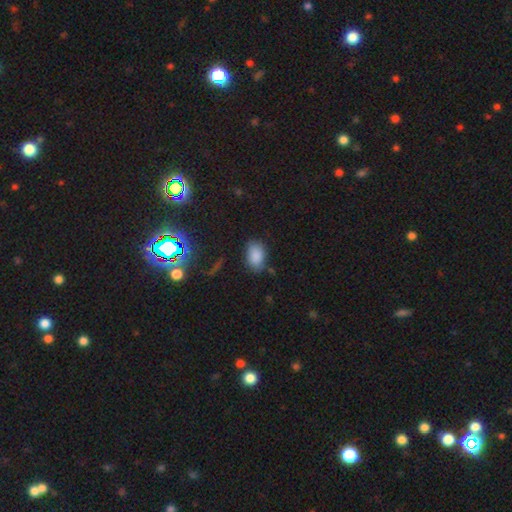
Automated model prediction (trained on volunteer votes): smooth_or_featured: smooth (p=0.85) [alt: star or artifact p=0.10]
how_rounded: in between (p=0.89) [alt: round p=0.10]
merging: none (p=0.76) [alt: minor disturbance p=0.18]